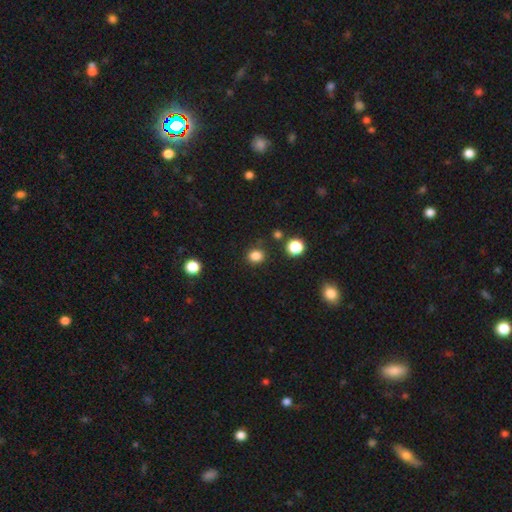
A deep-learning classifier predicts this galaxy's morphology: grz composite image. It shows a smooth galaxy with no disk features (84%) that is round (69%). Merging: none (83%).